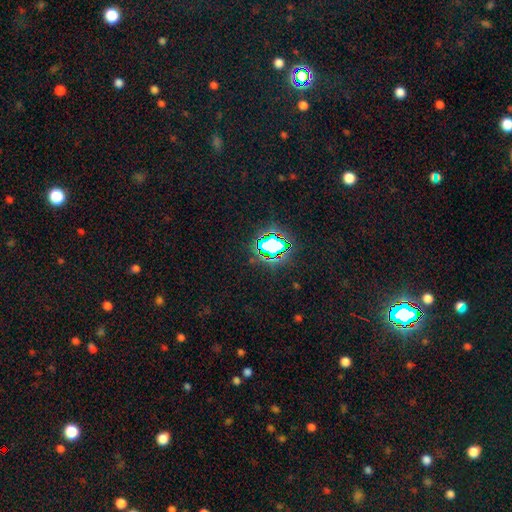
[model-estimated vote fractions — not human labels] star or artifact 81%, smooth 12%, featured or disk 7%.